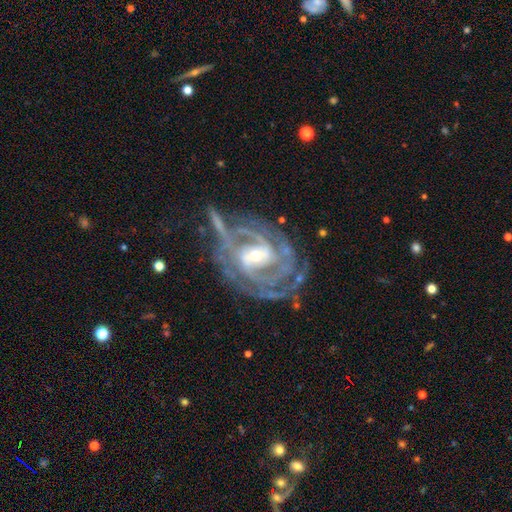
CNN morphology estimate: The model was most divided on "bulge size": moderate: 48%, small: 47%, large: 3%, none: 1%, dominant: 1%. Remaining: edge-on disk — no (96%); spiral arms — yes (96%); smooth or featured — featured or disk (87%); spiral winding — tight (70%); merging — none (59%); bar — weak (43%); spiral arm count — can't tell (27%).